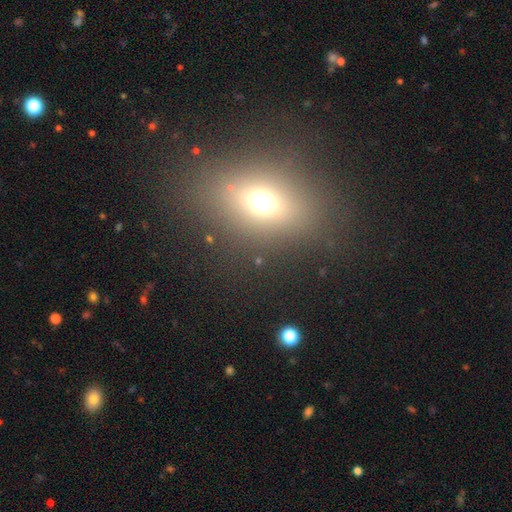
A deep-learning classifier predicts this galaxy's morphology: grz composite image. It shows a smooth galaxy with no disk features (56%) that is in between round and cigar-shaped (66%). Merging: none (85%).